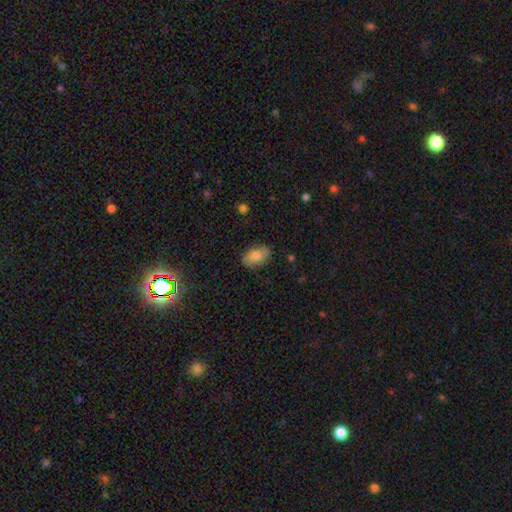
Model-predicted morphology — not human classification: This appears to be a smooth galaxy with no disk features (83%) that is in between round and cigar-shaped (91%). Merging: none (76%).